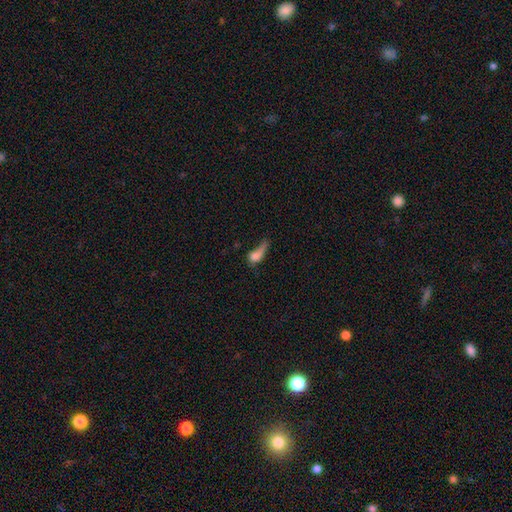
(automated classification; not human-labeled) smooth-or-featured: smooth: 65% | featured or disk: 24% | star or artifact: 11%
  how-rounded: in between: 62% | cigar-shaped: 23% | round: 16%
  merging: major disturbance: 47% | minor disturbance: 23% | none: 20% | merger: 10%